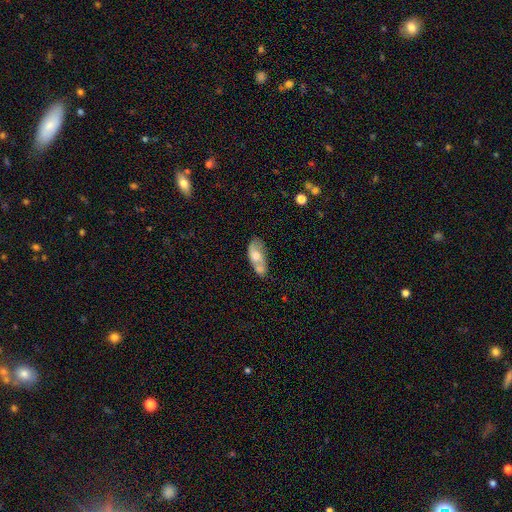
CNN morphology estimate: Smooth or featured? Predicted: smooth (p=0.52). How rounded? Predicted: in between (p=0.81). Merging? Predicted: none (p=0.37).